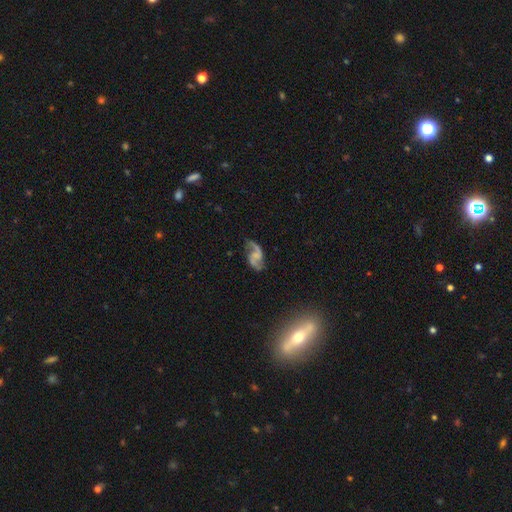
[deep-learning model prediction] smooth_or_featured: featured or disk (p=0.84) [alt: smooth p=0.09]
disk_edge_on: no (p=0.98) [alt: yes p=0.02]
bar: no (p=0.50) [alt: weak p=0.39]
has_spiral_arms: yes (p=0.95) [alt: no p=0.05]
spiral_winding: loose (p=0.66) [alt: medium p=0.28]
spiral_arm_count: 2 (p=0.91) [alt: 1 p=0.04]
bulge_size: none (p=0.55) [alt: small p=0.28]
merging: none (p=0.67) [alt: minor disturbance p=0.18]